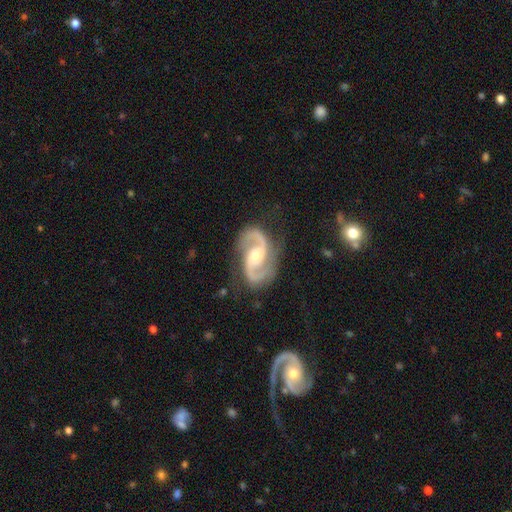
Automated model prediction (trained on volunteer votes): Q: Smooth or featured?
A: featured or disk (93%); runner-up: star or artifact (4%)
Q: Edge-on disk?
A: no (98%); runner-up: yes (2%)
Q: Bar?
A: no (43%); runner-up: weak (39%)
Q: Spiral arms?
A: yes (98%); runner-up: no (2%)
Q: Spiral winding?
A: medium (62%); runner-up: loose (21%)
Q: Spiral arm count?
A: 2 (94%); runner-up: can't tell (1%)
Q: Bulge size?
A: moderate (60%); runner-up: small (34%)
Q: Merging?
A: none (81%); runner-up: minor disturbance (13%)